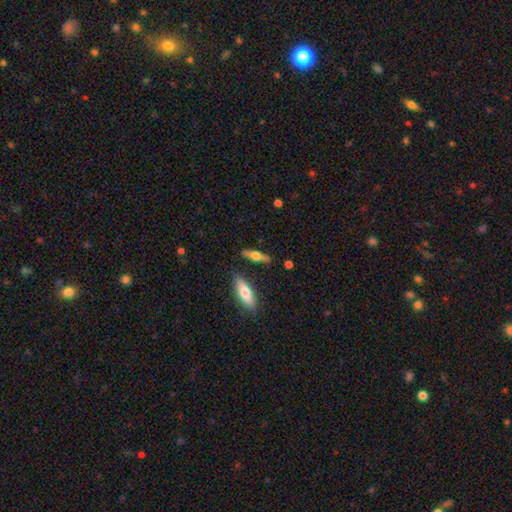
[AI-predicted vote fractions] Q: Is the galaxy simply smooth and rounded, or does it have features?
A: featured or disk — 54%.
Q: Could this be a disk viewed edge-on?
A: yes — 94%.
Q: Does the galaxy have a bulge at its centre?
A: rounded — 92%.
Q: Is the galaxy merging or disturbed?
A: none — 82%.